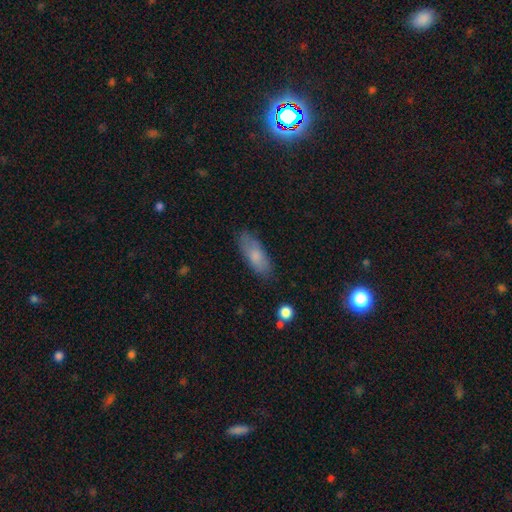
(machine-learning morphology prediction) A smooth galaxy with no disk features (73%) that is in between round and cigar-shaped (72%).

Vote fractions:
- Smooth or featured? smooth: 73% / featured or disk: 20% / star or artifact: 7%
- How rounded? in between: 72% / cigar-shaped: 26% / round: 2%
- Merging? none: 77% / minor disturbance: 18% / major disturbance: 4% / merger: 2%